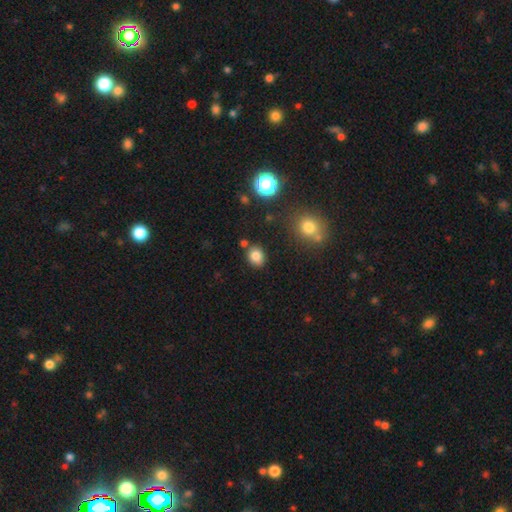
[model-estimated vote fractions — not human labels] The model was most divided on "how rounded": round: 58%, in between: 41%, cigar-shaped: 1%. More confident: smooth or featured — smooth (81%); merging — none (79%).